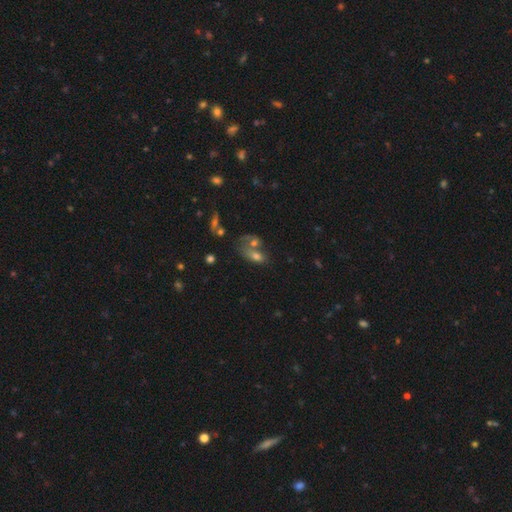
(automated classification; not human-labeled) This appears to be a smooth galaxy with no disk features (59%) that is in between round and cigar-shaped (78%). Merging: merger (49%).